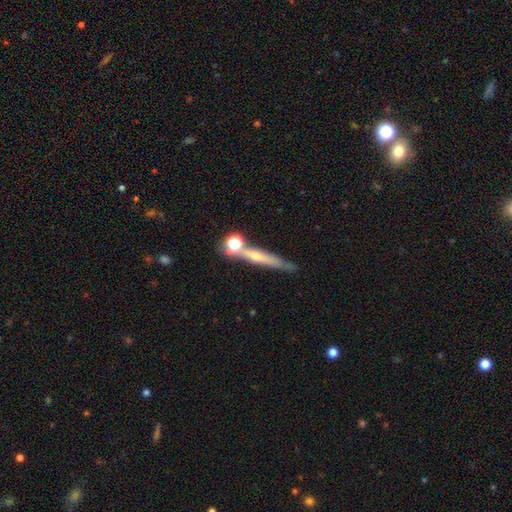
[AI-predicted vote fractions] smooth_or_featured: featured or disk (p=0.47) [alt: smooth p=0.40]
merging: none (p=0.63) [alt: merger p=0.17]